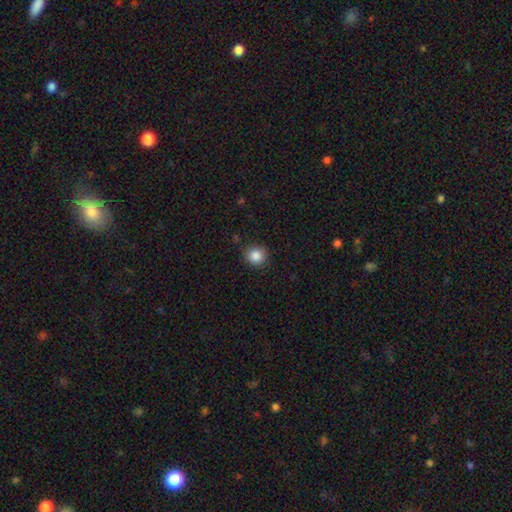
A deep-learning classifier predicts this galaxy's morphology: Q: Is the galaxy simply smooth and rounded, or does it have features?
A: smooth — 86%.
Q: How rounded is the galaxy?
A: round — 91%.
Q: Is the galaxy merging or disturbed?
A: none — 87%.